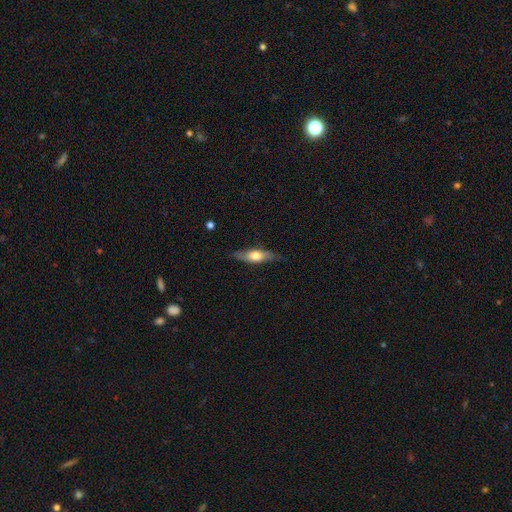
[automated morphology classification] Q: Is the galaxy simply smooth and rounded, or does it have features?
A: smooth — 51%.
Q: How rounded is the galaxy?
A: cigar-shaped — 50%.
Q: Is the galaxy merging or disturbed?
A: none — 78%.